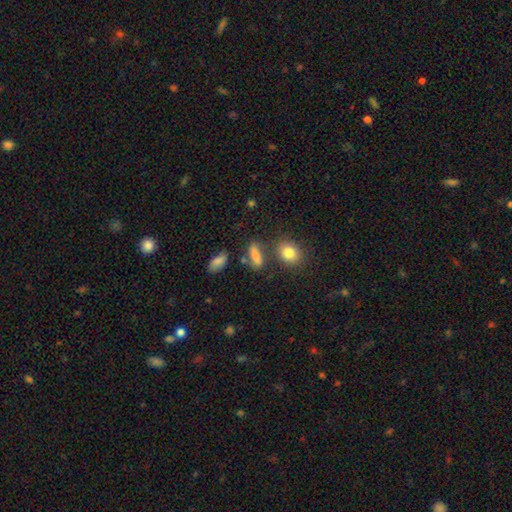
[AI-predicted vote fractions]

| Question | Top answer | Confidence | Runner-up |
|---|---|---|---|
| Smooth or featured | smooth | 72% | featured or disk (16%) |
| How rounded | in between | 59% | cigar-shaped (30%) |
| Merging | none | 64% | minor disturbance (18%) |